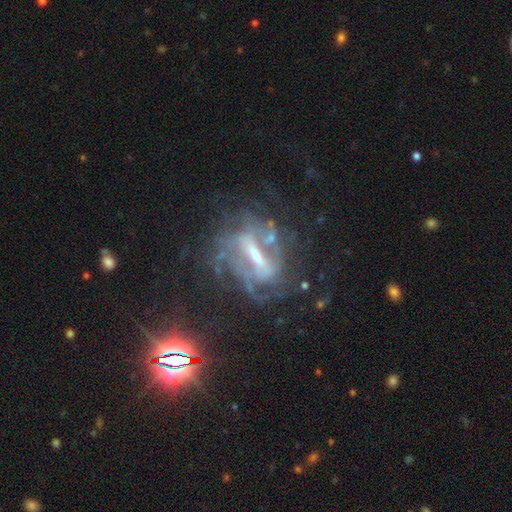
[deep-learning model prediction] A featured or disk galaxy (84%) with a strong bar (62%), tight (46%) spiral arms (90%) and a moderate central bulge (43%). Merging: none (57%).